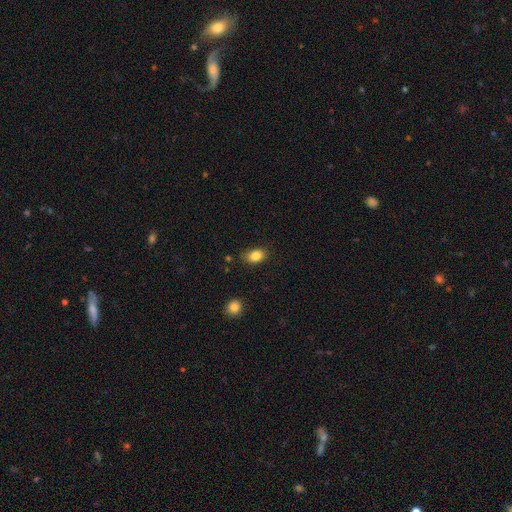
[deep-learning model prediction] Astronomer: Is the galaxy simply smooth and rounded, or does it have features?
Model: smooth — 84%.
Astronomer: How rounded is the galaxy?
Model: in between — 75%.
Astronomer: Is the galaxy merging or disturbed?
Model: none — 77%.